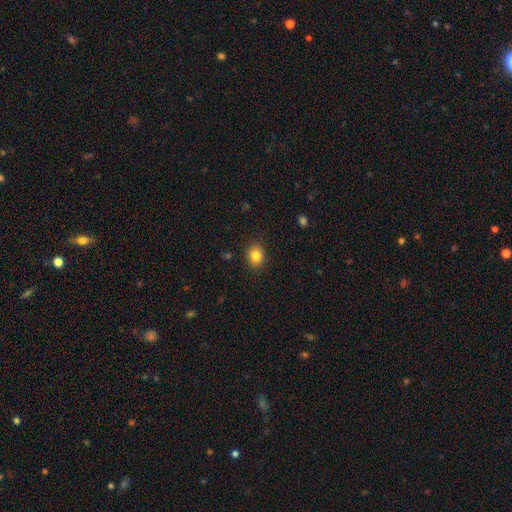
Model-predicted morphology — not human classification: Smooth or featured? smooth (84%)
How rounded? round (60%)
Merging? none (89%)